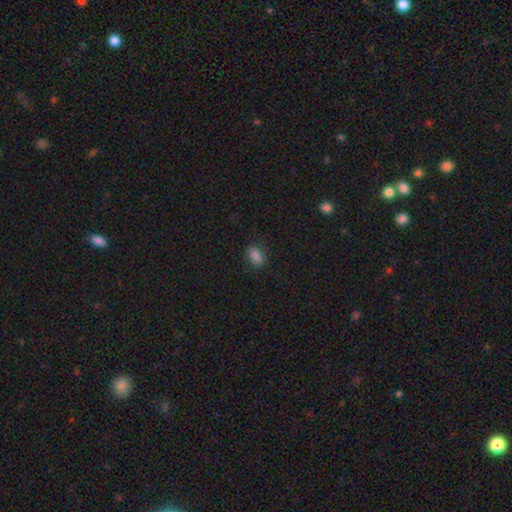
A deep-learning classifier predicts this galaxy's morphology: The model was most divided on "how rounded": in between: 81%, round: 16%, cigar-shaped: 3%. More confident: smooth or featured — smooth (84%); merging — none (83%).